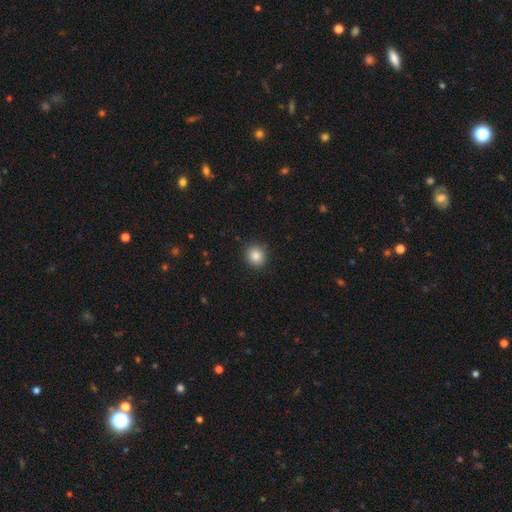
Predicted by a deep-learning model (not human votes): smooth-or-featured: smooth: 86% | star or artifact: 10% | featured or disk: 5%
  how-rounded: round: 88% | in between: 11% | cigar-shaped: 1%
  merging: none: 89% | minor disturbance: 7% | major disturbance: 2% | merger: 1%